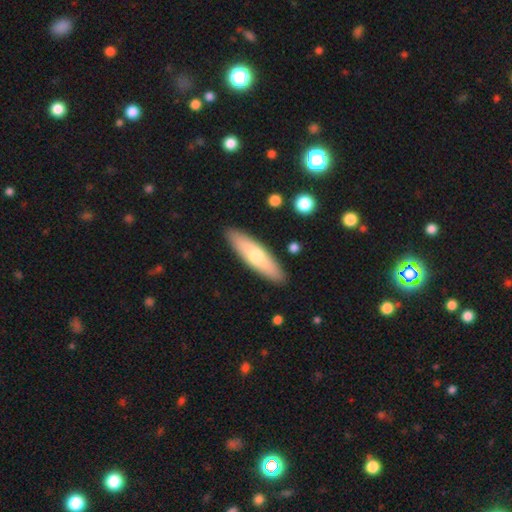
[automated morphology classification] smooth-or-featured: smooth: 63% | featured or disk: 32% | star or artifact: 5%
  how-rounded: cigar-shaped: 66% | in between: 33% | round: 2%
  merging: none: 89% | minor disturbance: 8% | major disturbance: 2% | merger: 1%